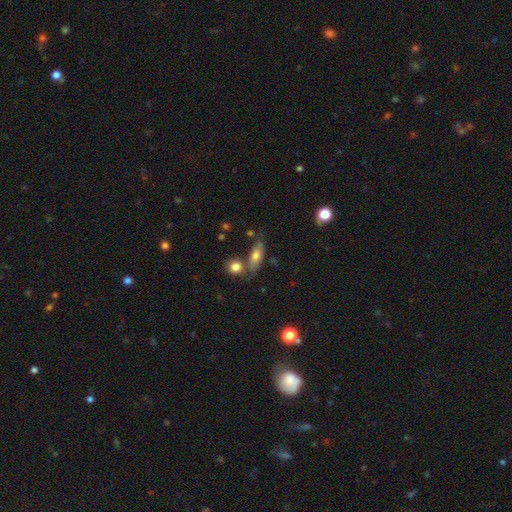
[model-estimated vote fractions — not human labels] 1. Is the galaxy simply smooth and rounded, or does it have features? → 70% smooth, 22% featured or disk, 8% star or artifact.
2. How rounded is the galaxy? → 71% in between, 24% cigar-shaped, 5% round.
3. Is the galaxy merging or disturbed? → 60% none, 20% merger, 15% minor disturbance, 5% major disturbance.